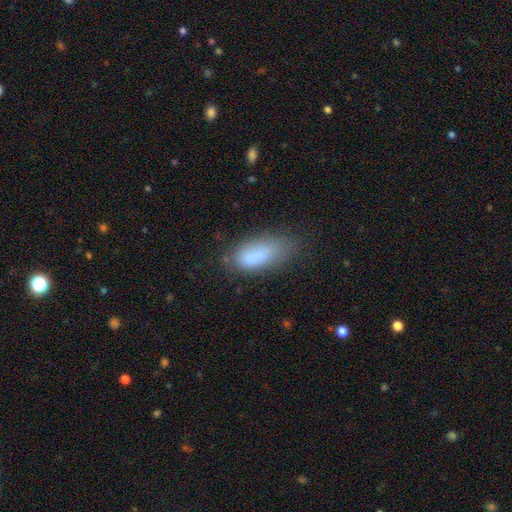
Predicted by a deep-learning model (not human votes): A smooth galaxy with no disk features (81%) that is in between round and cigar-shaped (82%).

Vote fractions:
- Smooth or featured? smooth: 81% / featured or disk: 10% / star or artifact: 9%
- How rounded? in between: 82% / cigar-shaped: 16% / round: 3%
- Merging? none: 54% / minor disturbance: 29% / major disturbance: 14% / merger: 3%